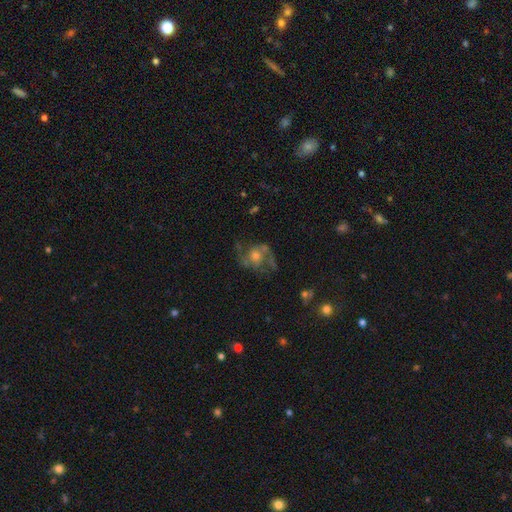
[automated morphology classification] Q: Smooth or featured?
A: featured or disk (67%); runner-up: smooth (19%)
Q: Edge-on disk?
A: no (97%); runner-up: yes (3%)
Q: Bar?
A: no (70%); runner-up: weak (24%)
Q: Spiral arms?
A: yes (78%); runner-up: no (22%)
Q: Spiral winding?
A: medium (48%); runner-up: loose (36%)
Q: Spiral arm count?
A: 2 (69%); runner-up: can't tell (15%)
Q: Bulge size?
A: moderate (54%); runner-up: small (31%)
Q: Merging?
A: none (57%); runner-up: major disturbance (21%)